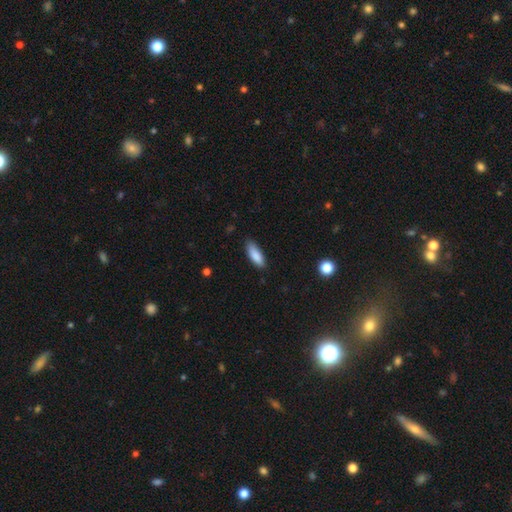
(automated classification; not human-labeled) Morphology: type=smooth (88%); roundness=in between (64%); merging=none (80%).